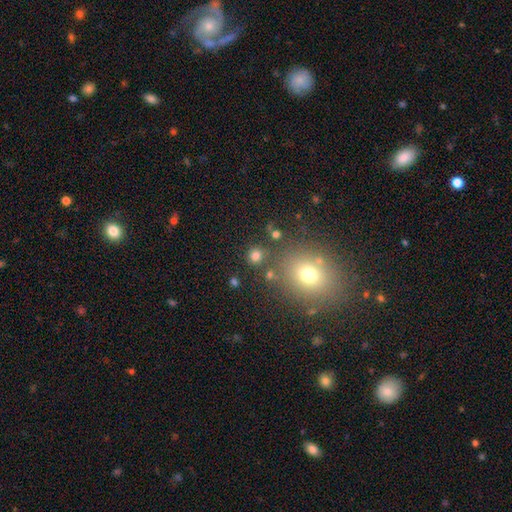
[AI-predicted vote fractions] Overall: smooth (76%). How rounded: round (89%). Merging: none (82%).